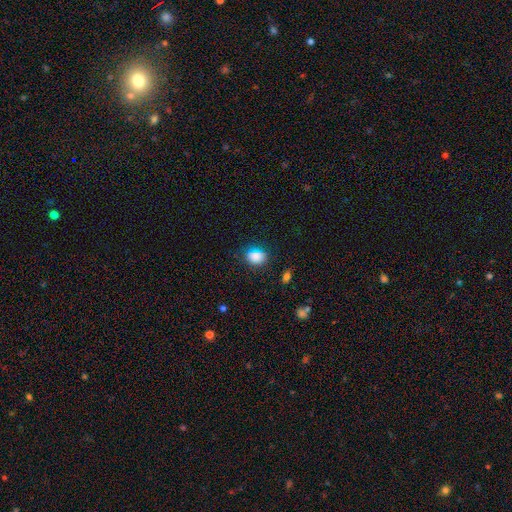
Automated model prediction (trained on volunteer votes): Overall: smooth (80%). How rounded: in between (58%; round 40%). Merging: none (77%).